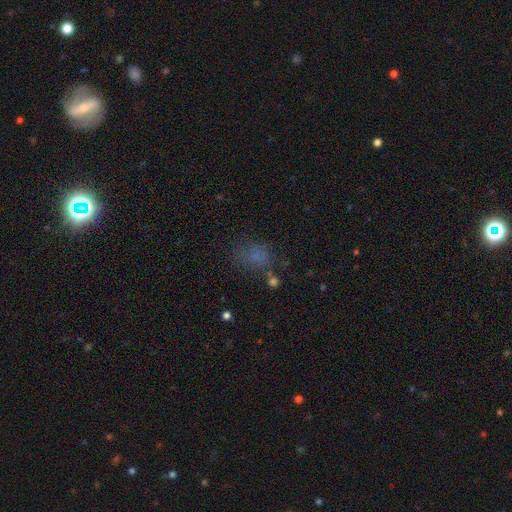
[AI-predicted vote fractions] This is likely a smooth galaxy (62%). How rounded: possibly in between (56%). Merging: possibly none (55%).